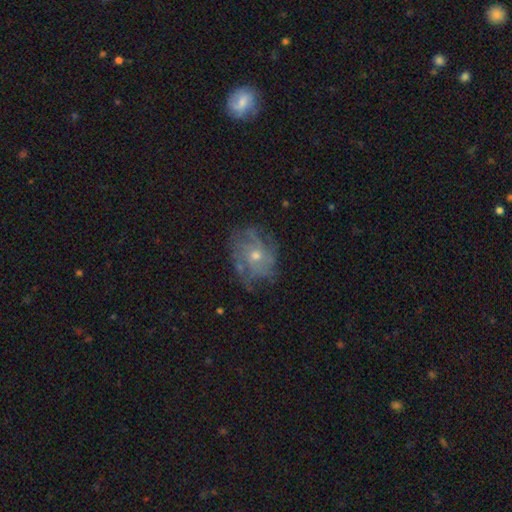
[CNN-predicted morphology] type=featured or disk (69%); edge-on=no (97%); bar=no (82%); spiral arms=yes (77%); winding=tight (42%); arm count=can't tell (47%); bulge=moderate (49%); merging=none (66%).